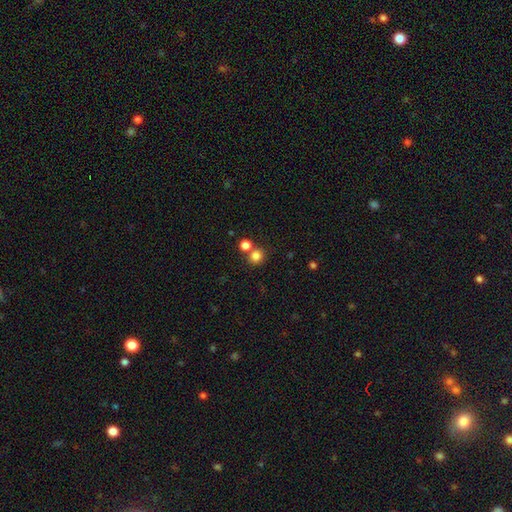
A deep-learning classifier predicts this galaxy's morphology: smooth_or_featured: smooth (p=0.81) [alt: star or artifact p=0.13]
how_rounded: round (p=0.90) [alt: in between p=0.09]
merging: none (p=0.66) [alt: merger p=0.25]